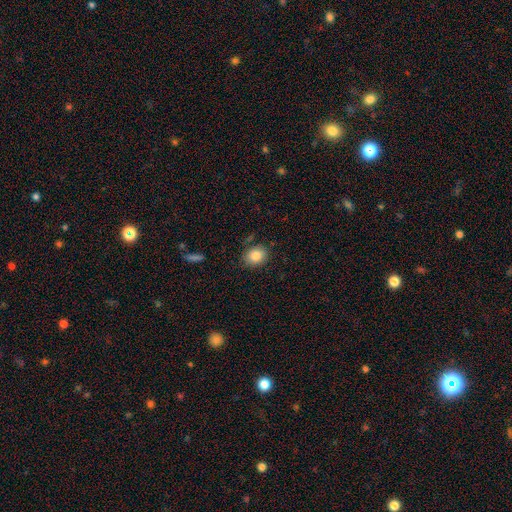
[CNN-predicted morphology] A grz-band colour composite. It shows a smooth galaxy with no disk features (85%) that is round (51%). Merging: none (84%).